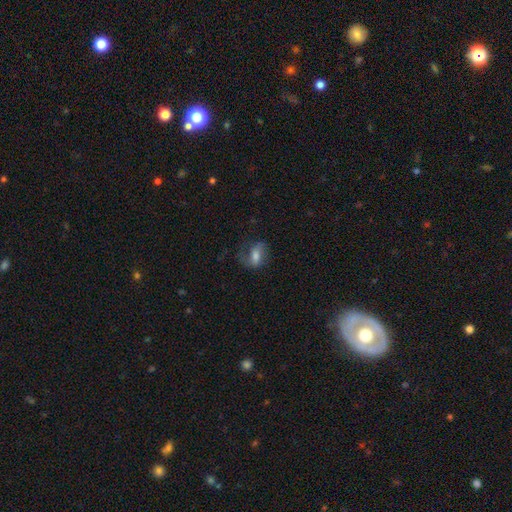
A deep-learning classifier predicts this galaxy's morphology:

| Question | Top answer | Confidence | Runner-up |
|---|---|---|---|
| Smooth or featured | smooth | 51% | featured or disk (40%) |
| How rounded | in between | 80% | round (16%) |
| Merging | none | 53% | minor disturbance (24%) |